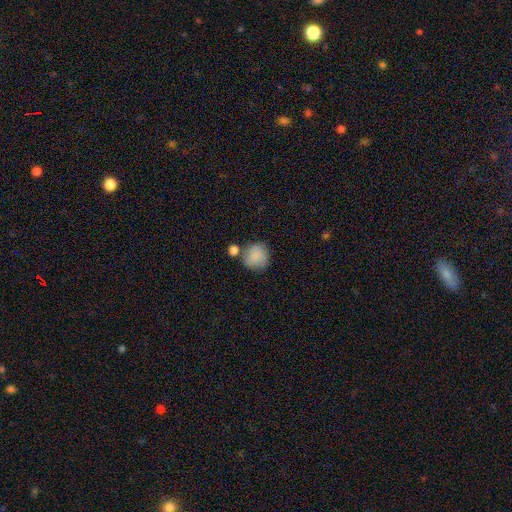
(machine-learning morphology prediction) smooth-or-featured: smooth: 84% | featured or disk: 8% | star or artifact: 8%
  how-rounded: round: 84% | in between: 15% | cigar-shaped: 1%
  merging: none: 58% | merger: 18% | minor disturbance: 18% | major disturbance: 6%